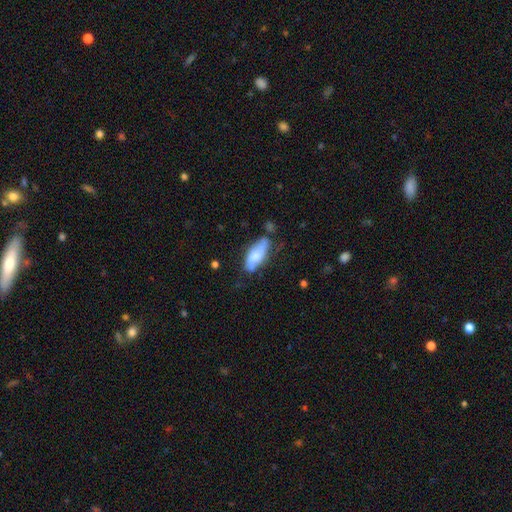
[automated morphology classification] A smooth galaxy with no disk features (69%) that is in between round and cigar-shaped (76%). Merging: none (54%).